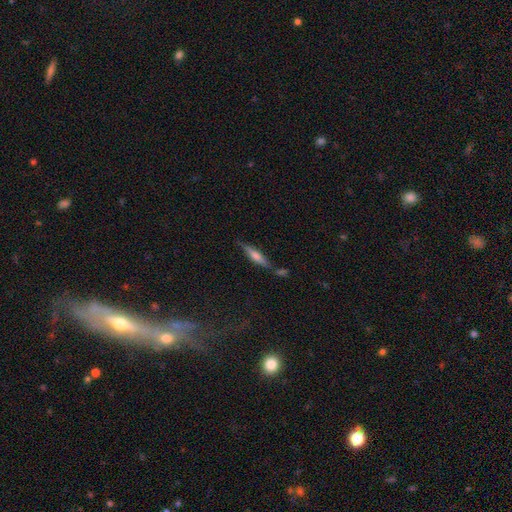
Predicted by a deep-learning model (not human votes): The model was most divided on "smooth or featured": featured or disk: 47%, smooth: 45%, star or artifact: 9%. More confident: merging — none (71%).